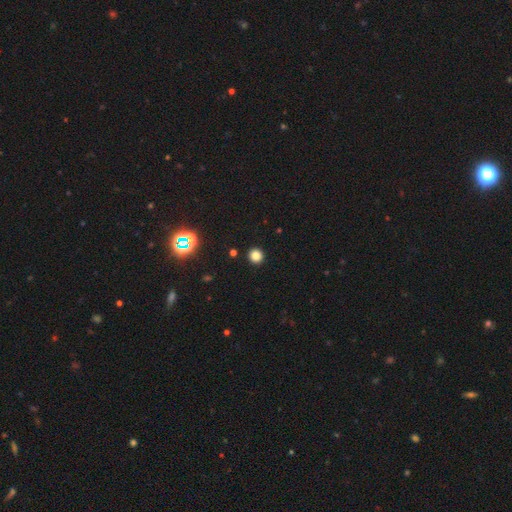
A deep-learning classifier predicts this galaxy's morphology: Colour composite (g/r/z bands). It shows a smooth galaxy with no disk features (80%) that is round (93%). Merging: none (93%).